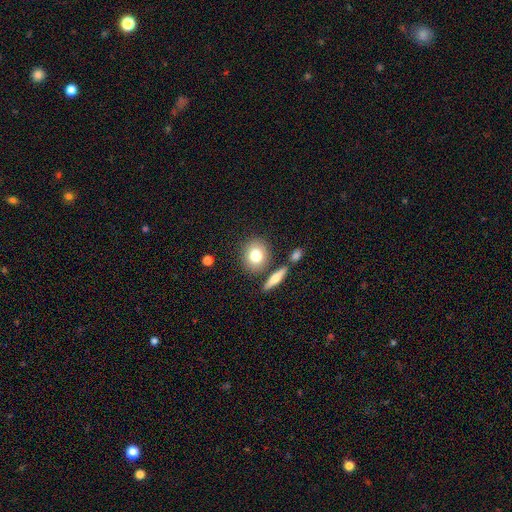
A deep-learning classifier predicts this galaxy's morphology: This appears to be a smooth galaxy with no disk features (77%) that is round (62%). Merging: none (76%).